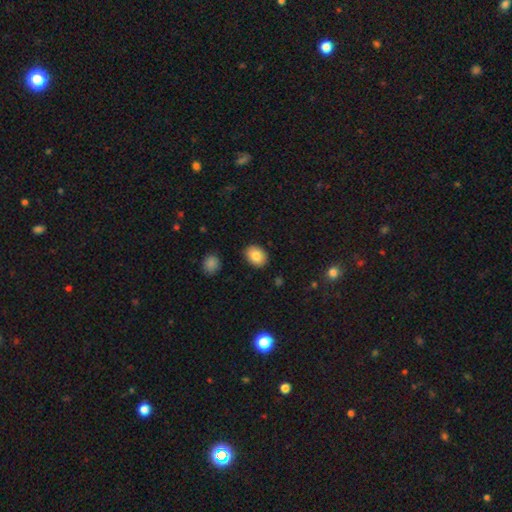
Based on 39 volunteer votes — smooth_or_featured: smooth (p=0.87) [alt: featured or disk p=0.10]
how_rounded: in between (p=0.56) [alt: round p=0.44]
merging: none (p=0.79) [alt: minor disturbance p=0.13]